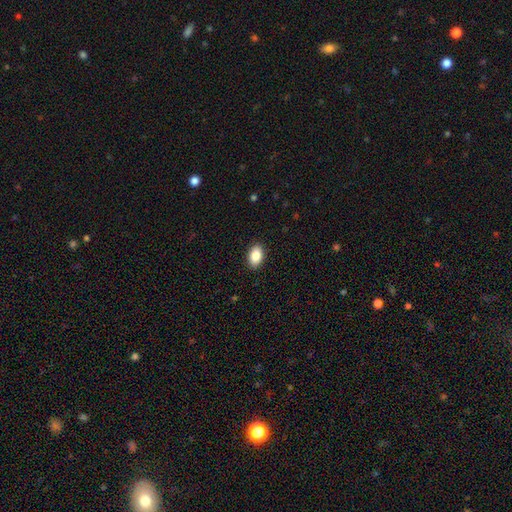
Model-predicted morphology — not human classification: The model was most divided on "smooth or featured": smooth: 87%, star or artifact: 7%, featured or disk: 6%. More confident: how rounded — in between (90%); merging — none (90%).